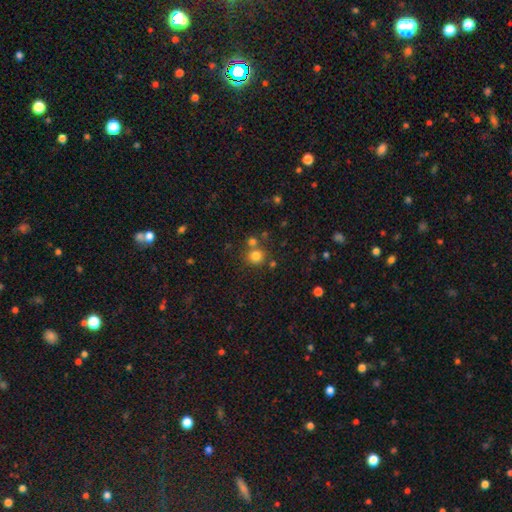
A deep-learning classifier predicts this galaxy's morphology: The model was most divided on "merging": none: 67%, merger: 22%, minor disturbance: 8%, major disturbance: 3%. More confident: how rounded — round (89%); smooth or featured — smooth (78%).